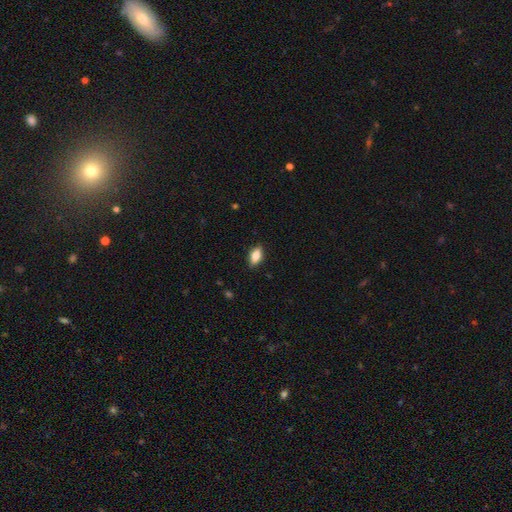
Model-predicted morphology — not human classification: A smooth galaxy with no disk features (82%) that is in between round and cigar-shaped (88%). Merging: none (87%).